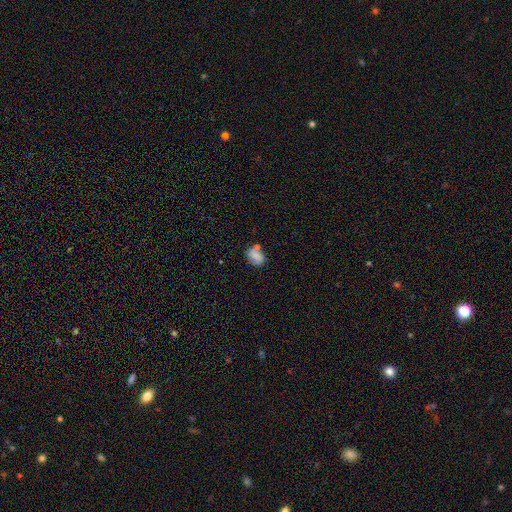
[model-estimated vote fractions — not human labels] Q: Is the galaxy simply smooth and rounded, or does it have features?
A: smooth — 73%.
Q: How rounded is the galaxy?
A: in between — 73%.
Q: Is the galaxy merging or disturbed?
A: none — 54%.